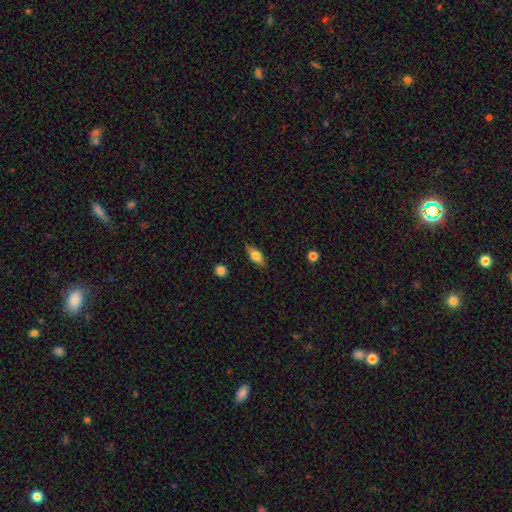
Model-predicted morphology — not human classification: Smooth or featured? Predicted: smooth (p=0.67). How rounded? Predicted: in between (p=0.79). Merging? Predicted: none (p=0.83).